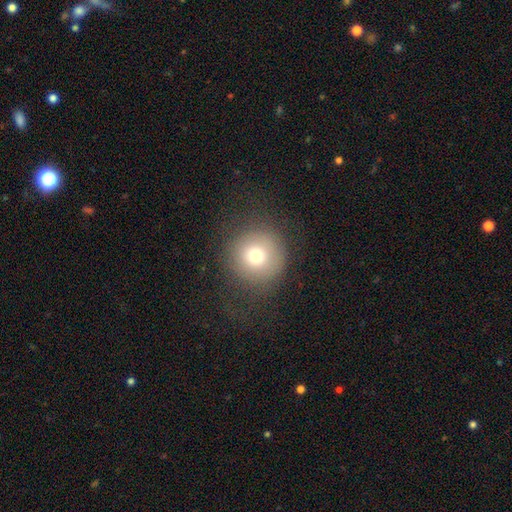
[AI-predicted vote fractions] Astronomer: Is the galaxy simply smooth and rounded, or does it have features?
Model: smooth — 73%.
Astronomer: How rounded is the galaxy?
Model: round — 95%.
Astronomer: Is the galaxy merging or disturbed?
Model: none — 80%.